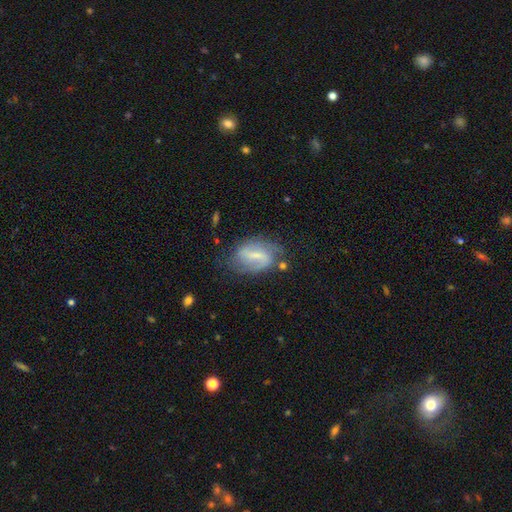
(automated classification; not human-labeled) Overall: featured or disk (73%). Edge-on disk: no (96%). Bar: weak (47%; strong 40%). Spiral arms: yes (88%). Spiral arm count: 2 (78%). Spiral winding: medium (41%; loose 39%). Bulge size: small (53%; moderate 24%). Merging: none (63%; minor disturbance 23%).